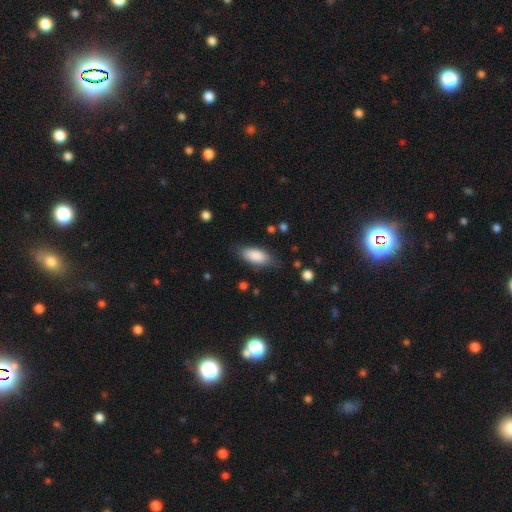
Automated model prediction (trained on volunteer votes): A smooth galaxy with no disk features (86%) that is in between round and cigar-shaped (85%).

Vote fractions:
- Smooth or featured? smooth: 86% / featured or disk: 8% / star or artifact: 6%
- How rounded? in between: 85% / cigar-shaped: 12% / round: 2%
- Merging? none: 77% / minor disturbance: 17% / major disturbance: 5% / merger: 2%